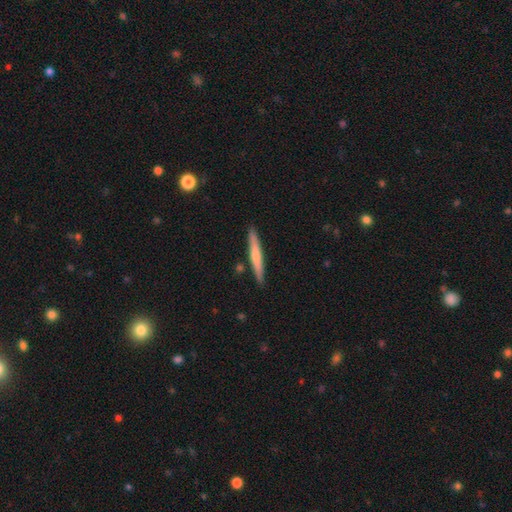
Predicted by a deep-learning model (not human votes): smooth_or_featured: smooth (p=0.56) [alt: featured or disk p=0.39]
how_rounded: cigar-shaped (p=0.96) [alt: in between p=0.03]
merging: none (p=0.88) [alt: minor disturbance p=0.08]